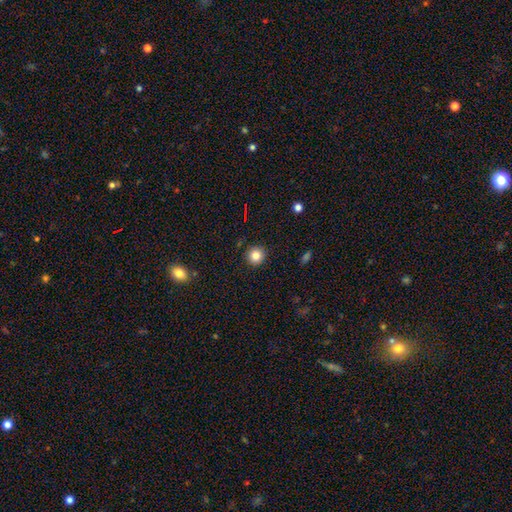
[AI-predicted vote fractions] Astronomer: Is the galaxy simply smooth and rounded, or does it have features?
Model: smooth — 83%.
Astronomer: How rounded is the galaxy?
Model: round — 94%.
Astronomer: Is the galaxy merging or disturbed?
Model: none — 91%.